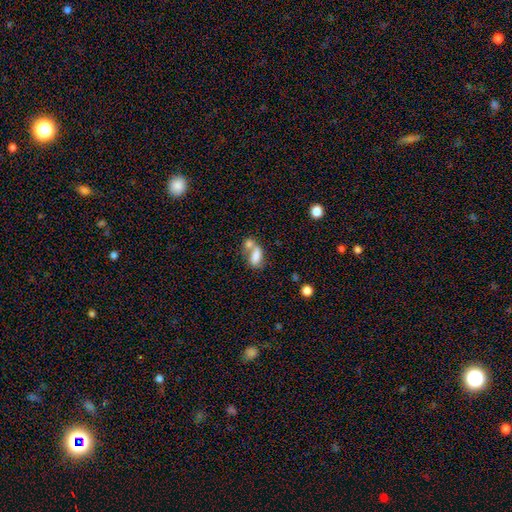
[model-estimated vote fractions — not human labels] Morphology: type=smooth (78%); roundness=in between (86%); merging=merger (63%).